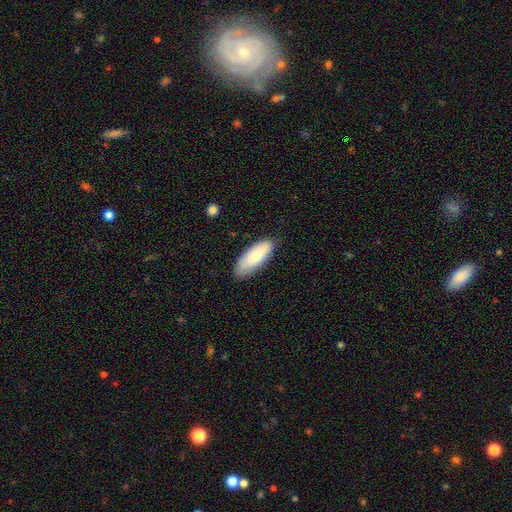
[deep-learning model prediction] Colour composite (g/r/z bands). It shows a smooth galaxy with no disk features (78%) that is in between round and cigar-shaped (72%). Merging: none (80%).